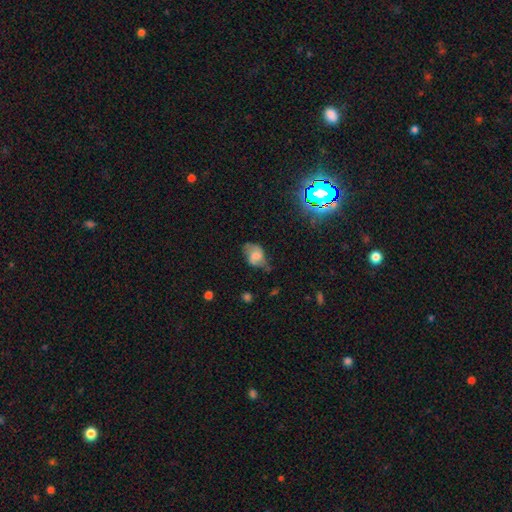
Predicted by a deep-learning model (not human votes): Morphology: type=smooth (50%); roundness=in between (74%); merging=none (40%).